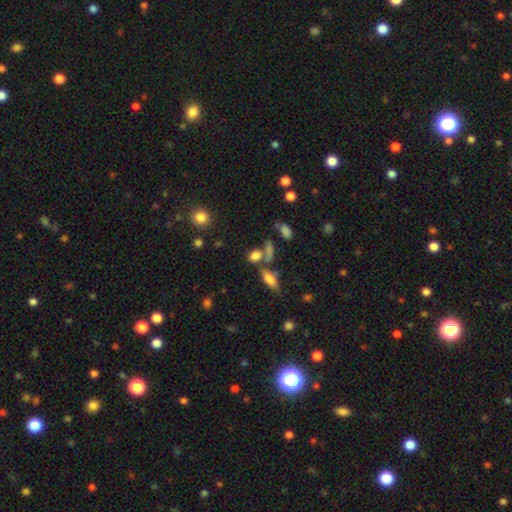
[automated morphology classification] type=smooth (74%); roundness=in between (62%); merging=none (49%).